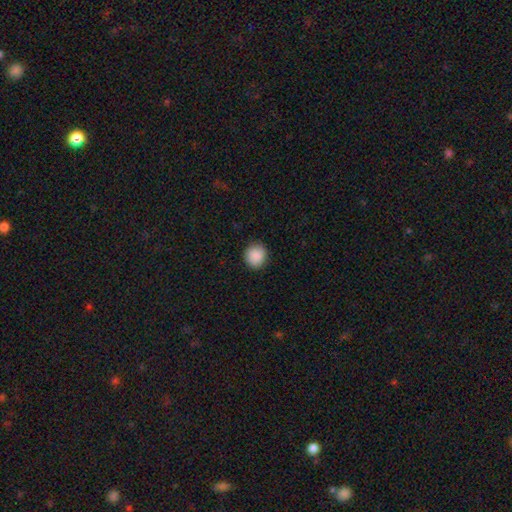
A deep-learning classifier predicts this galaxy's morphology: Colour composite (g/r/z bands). It shows a smooth galaxy with no disk features (89%) that is round (88%). Merging: none (90%).